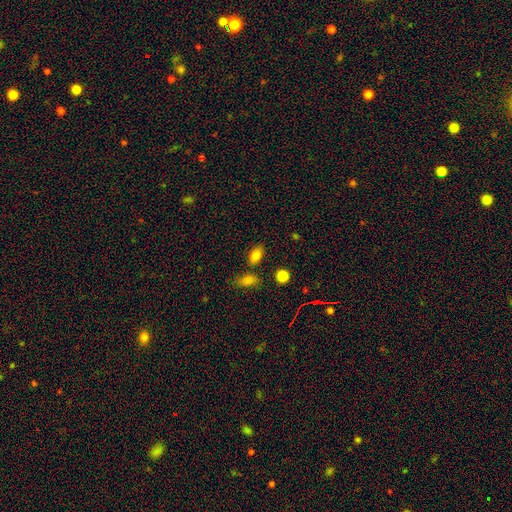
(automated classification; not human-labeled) smooth-or-featured: smooth: 82% | star or artifact: 10% | featured or disk: 8%
  how-rounded: in between: 86% | round: 11% | cigar-shaped: 3%
  merging: none: 75% | minor disturbance: 13% | merger: 8% | major disturbance: 3%